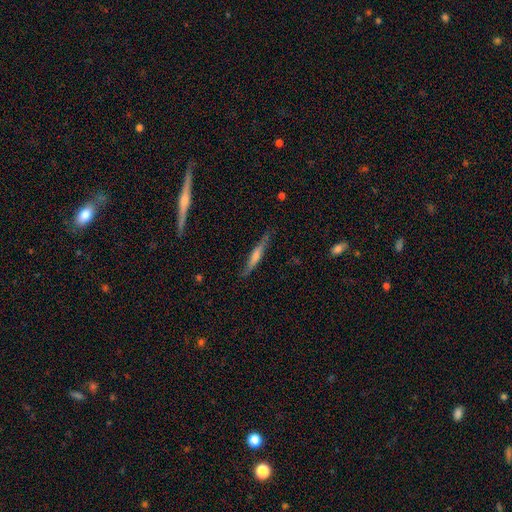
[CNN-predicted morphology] A featured or disk galaxy (64%) viewed edge-on (93%) with a rounded central bulge (57%).

Vote fractions:
- Smooth or featured? featured or disk: 64% / smooth: 28% / star or artifact: 8%
- Edge-on disk? yes: 93% / no: 7%
- Edge-on bulge? rounded: 57% / none: 25% / boxy: 18%
- Merging? none: 81% / minor disturbance: 15% / major disturbance: 3% / merger: 2%